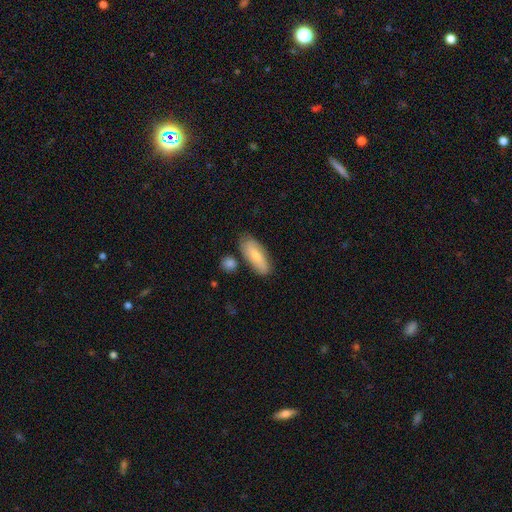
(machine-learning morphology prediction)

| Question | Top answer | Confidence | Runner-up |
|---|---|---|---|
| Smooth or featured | smooth | 69% | featured or disk (25%) |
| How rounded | in between | 71% | cigar-shaped (26%) |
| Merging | none | 74% | minor disturbance (16%) |